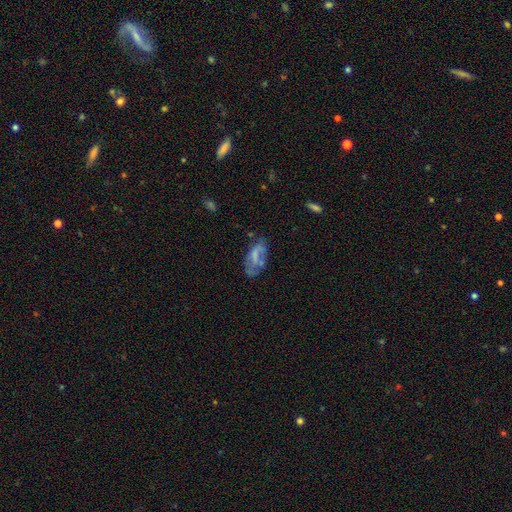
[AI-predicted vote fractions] A smooth galaxy with no disk features (48%).

Vote fractions:
- Smooth or featured? smooth: 48% / featured or disk: 42% / star or artifact: 10%
- Merging? none: 47% / minor disturbance: 28% / major disturbance: 20% / merger: 6%